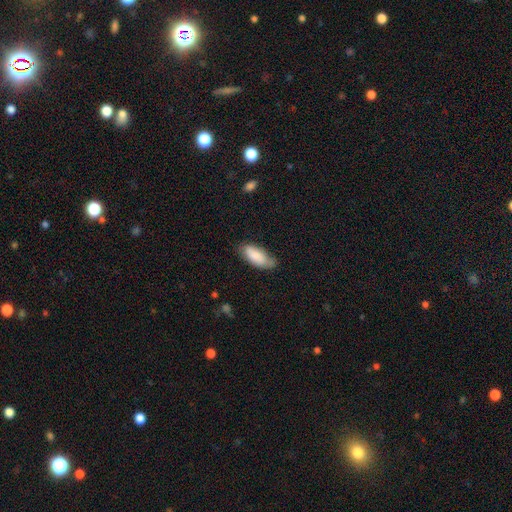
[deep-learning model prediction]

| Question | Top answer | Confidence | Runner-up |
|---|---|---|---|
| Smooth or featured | smooth | 83% | featured or disk (11%) |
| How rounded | in between | 84% | cigar-shaped (14%) |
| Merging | none | 58% | minor disturbance (32%) |